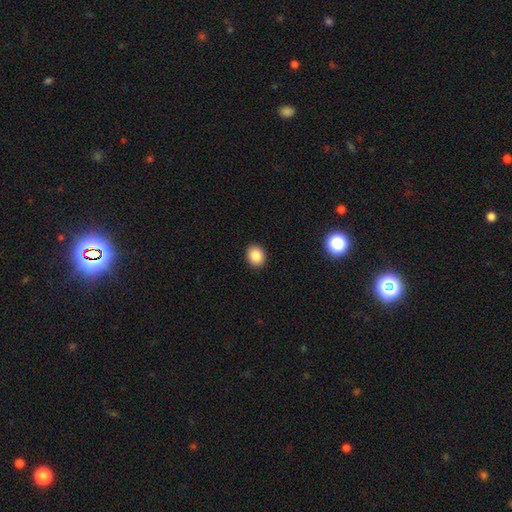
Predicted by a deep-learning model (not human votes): Smooth or featured?
  - smooth: 86% *
  - star or artifact: 9%
  - featured or disk: 5%
How rounded?
  - round: 64% *
  - in between: 35%
  - cigar-shaped: 1%
Merging?
  - none: 92% *
  - minor disturbance: 6%
  - major disturbance: 2%
  - merger: 1%